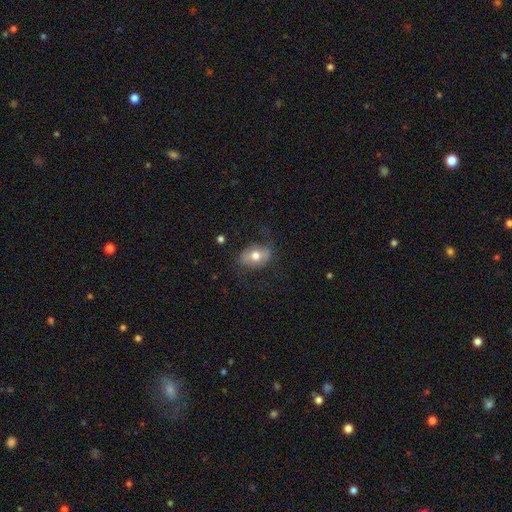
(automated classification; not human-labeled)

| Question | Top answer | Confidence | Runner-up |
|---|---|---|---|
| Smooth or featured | smooth | 66% | featured or disk (27%) |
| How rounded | in between | 77% | round (21%) |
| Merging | none | 72% | minor disturbance (18%) |